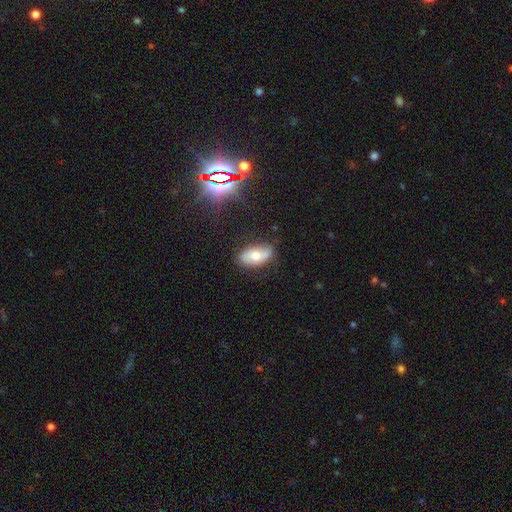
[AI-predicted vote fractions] Smooth or featured: smooth — 61% (featured or disk — 30%)
How rounded: in between — 92% (round — 5%)
Merging: none — 79% (minor disturbance — 16%)